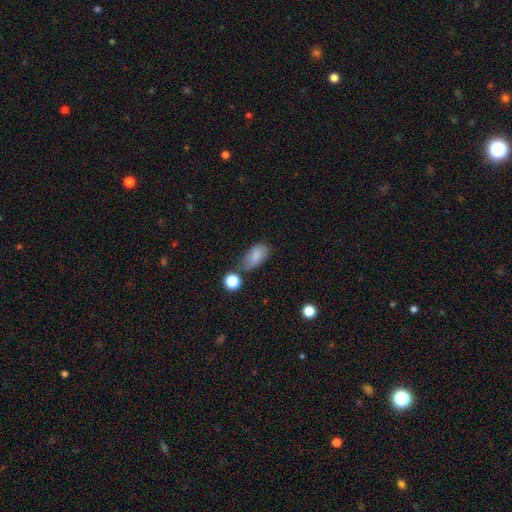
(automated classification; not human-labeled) This appears to be a smooth galaxy with no disk features (82%) that is in between round and cigar-shaped (91%). Merging: none (61%).